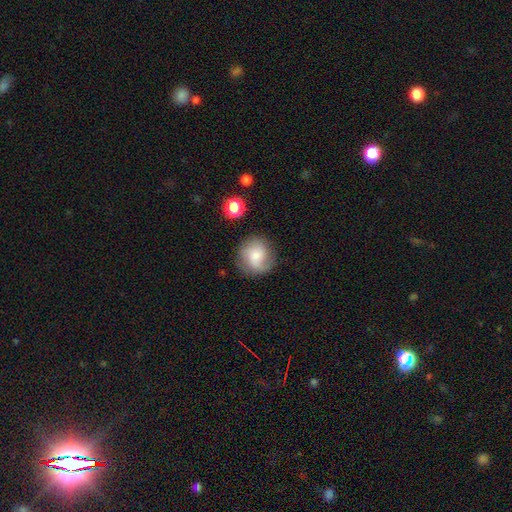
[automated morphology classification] Q: Smooth or featured?
A: smooth (64%); runner-up: featured or disk (27%)
Q: How rounded?
A: round (86%); runner-up: in between (13%)
Q: Merging?
A: none (75%); runner-up: minor disturbance (16%)